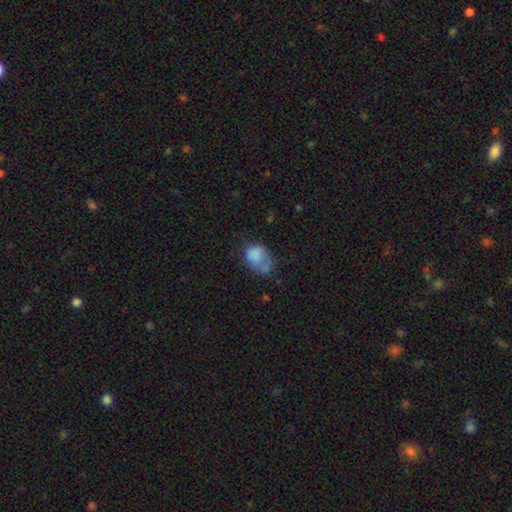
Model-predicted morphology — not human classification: Smooth or featured: smooth — 74% (featured or disk — 16%)
How rounded: in between — 67% (round — 32%)
Merging: none — 33% (minor disturbance — 30%)